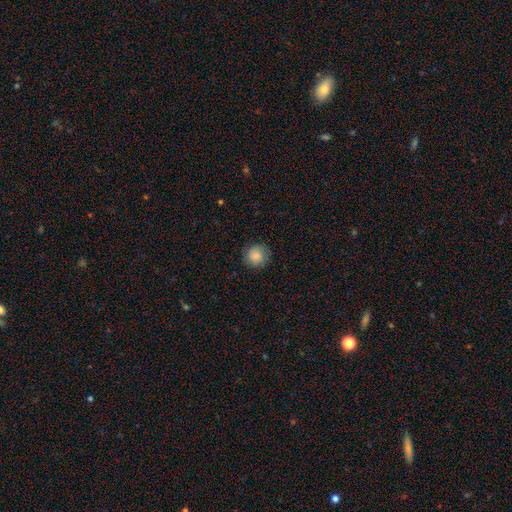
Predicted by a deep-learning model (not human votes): Smooth or featured? Predicted: smooth (p=0.84). How rounded? Predicted: round (p=0.90). Merging? Predicted: none (p=0.84).